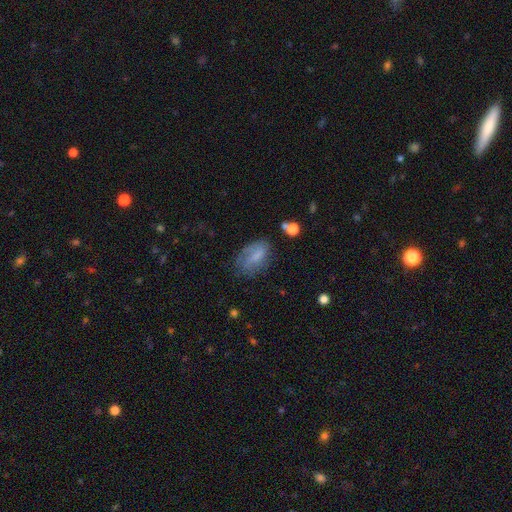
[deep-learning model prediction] smooth-or-featured: smooth: 58% | featured or disk: 33% | star or artifact: 9%
  how-rounded: in between: 87% | round: 7% | cigar-shaped: 6%
  merging: none: 59% | minor disturbance: 26% | major disturbance: 12% | merger: 3%